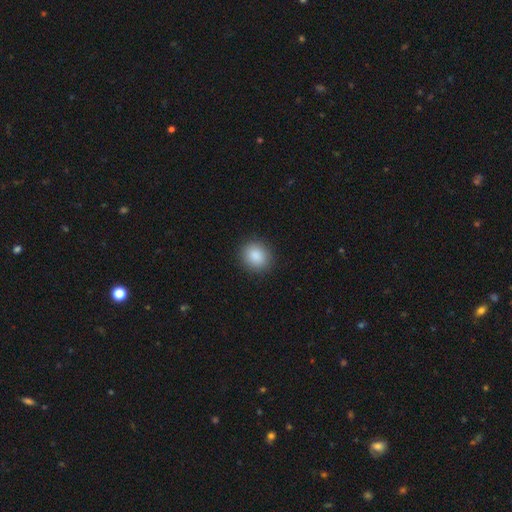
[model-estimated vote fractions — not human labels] Smooth or featured: smooth — 88% (star or artifact — 8%)
How rounded: round — 79% (in between — 20%)
Merging: none — 90% (minor disturbance — 7%)